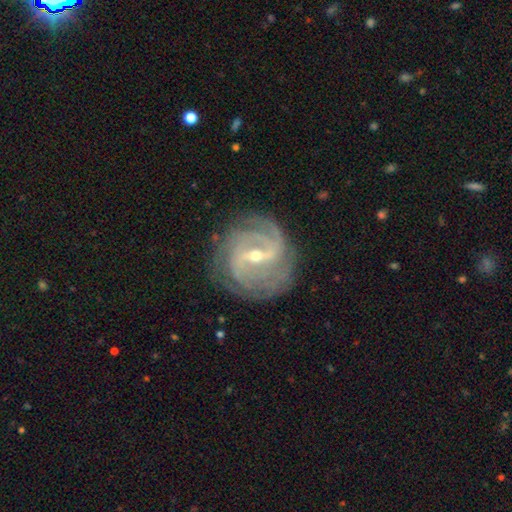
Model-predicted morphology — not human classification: type=featured or disk (87%); edge-on=no (96%); bar=strong (48%); spiral arms=yes (97%); winding=tight (49%); arm count=2 (44%); bulge=small (57%); merging=none (81%).